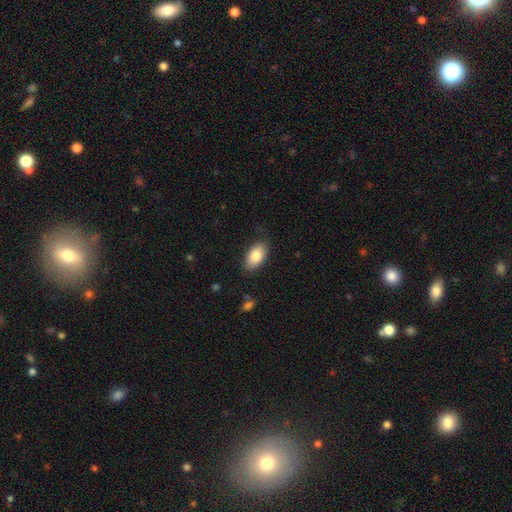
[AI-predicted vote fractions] This is clearly a smooth galaxy (86%). How rounded: clearly in between (94%). Merging: clearly none (83%).